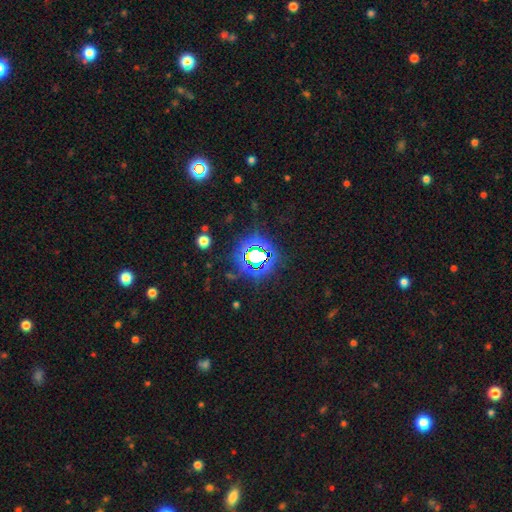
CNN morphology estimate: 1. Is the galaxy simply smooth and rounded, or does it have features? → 74% star or artifact, 16% smooth, 10% featured or disk.